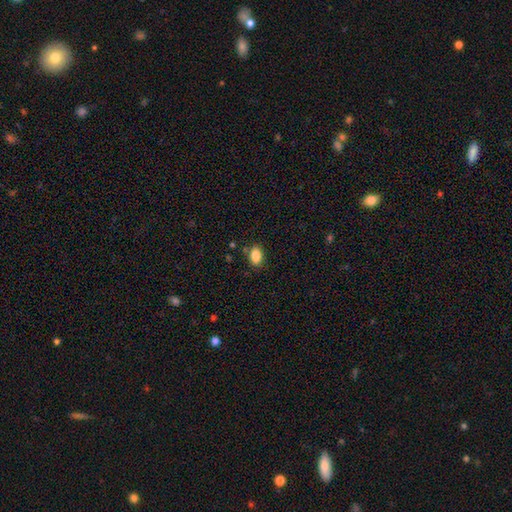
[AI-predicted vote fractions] smooth 86%, star or artifact 9%, featured or disk 6%. Down the decision tree: how rounded — in between (86%); merging — none (82%).